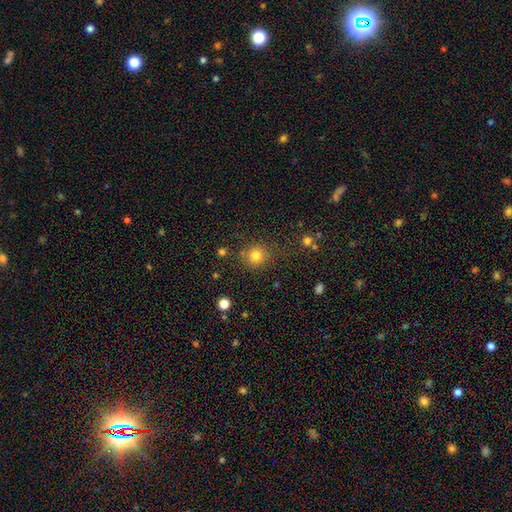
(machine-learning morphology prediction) smooth-or-featured: smooth: 81% | star or artifact: 14% | featured or disk: 6%
  how-rounded: round: 90% | in between: 10% | cigar-shaped: 1%
  merging: none: 78% | minor disturbance: 11% | merger: 6% | major disturbance: 5%